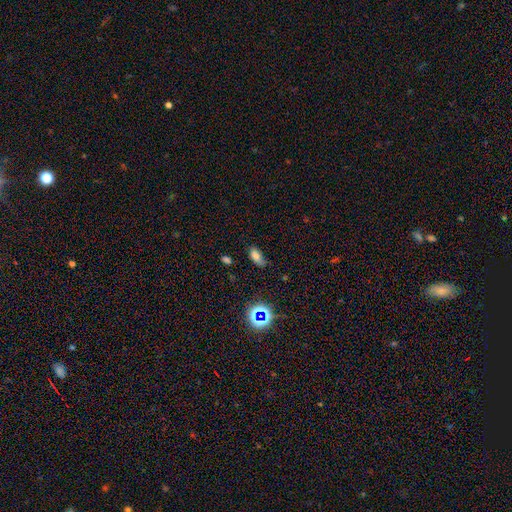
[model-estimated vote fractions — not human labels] A smooth galaxy with no disk features (71%) that is in between round and cigar-shaped (88%). Merging: none (64%).